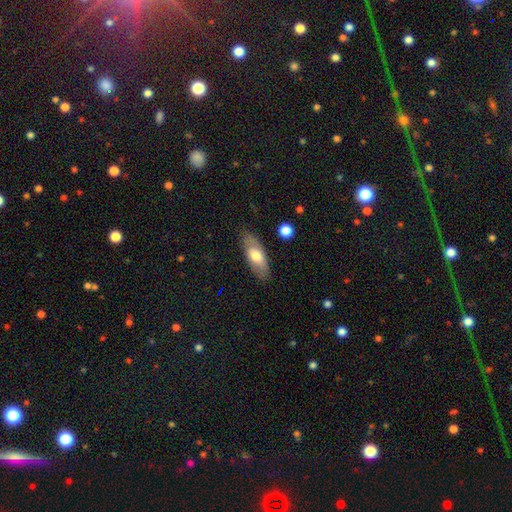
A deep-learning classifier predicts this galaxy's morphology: Smooth or featured: smooth — 66% (featured or disk — 27%)
How rounded: in between — 75% (cigar-shaped — 22%)
Merging: none — 81% (minor disturbance — 14%)